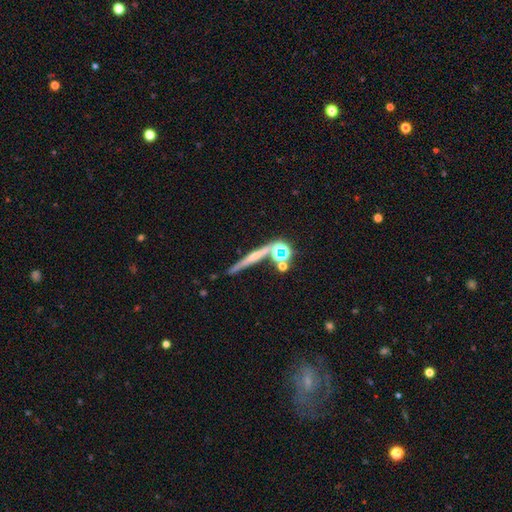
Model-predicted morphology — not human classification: Smooth or featured?
  - featured or disk: 48% *
  - smooth: 31%
  - star or artifact: 21%
Merging?
  - none: 73% *
  - merger: 12%
  - minor disturbance: 10%
  - major disturbance: 4%